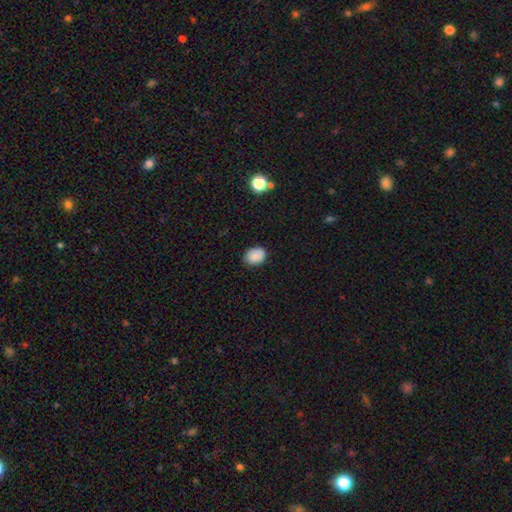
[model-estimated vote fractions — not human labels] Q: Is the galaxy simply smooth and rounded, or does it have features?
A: smooth — 87%.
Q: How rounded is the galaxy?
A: in between — 65%.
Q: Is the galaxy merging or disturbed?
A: none — 81%.